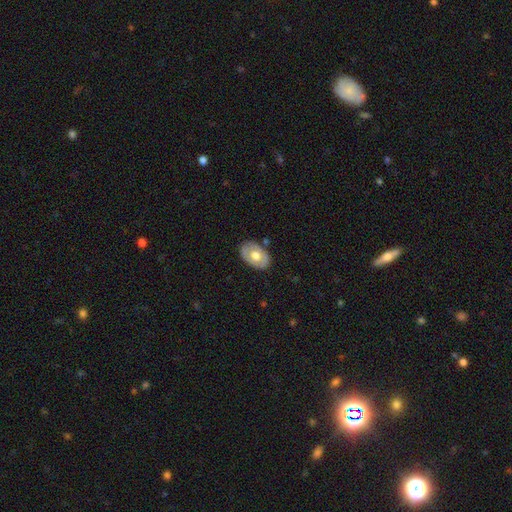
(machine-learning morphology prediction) A smooth galaxy with no disk features (53%) that is in between round and cigar-shaped (82%). Merging: none (81%).